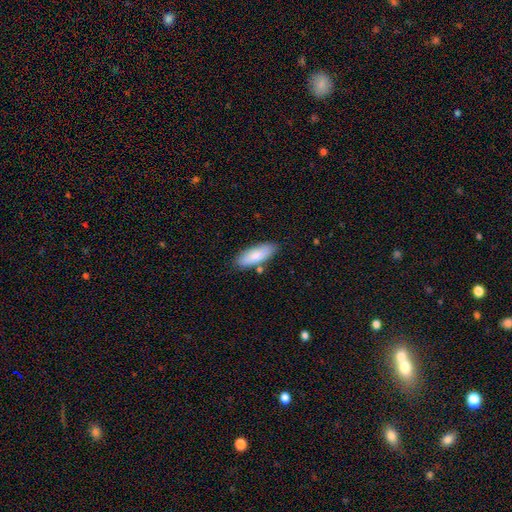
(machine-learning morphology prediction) This appears to be a smooth galaxy with no disk features (81%) that is in between round and cigar-shaped (68%). Merging: none (78%).